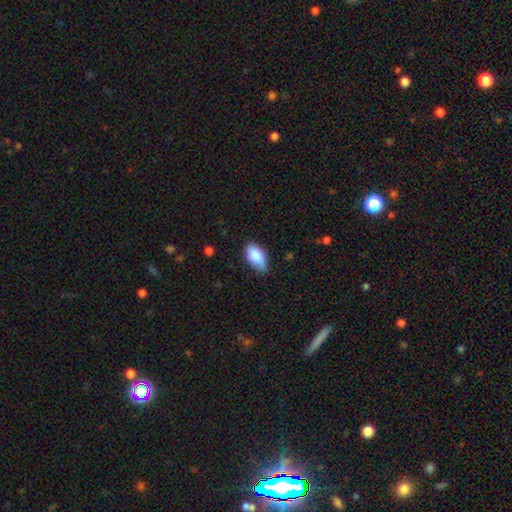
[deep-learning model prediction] This appears to be a smooth galaxy with no disk features (82%) that is in between round and cigar-shaped (93%). Merging: none (64%).